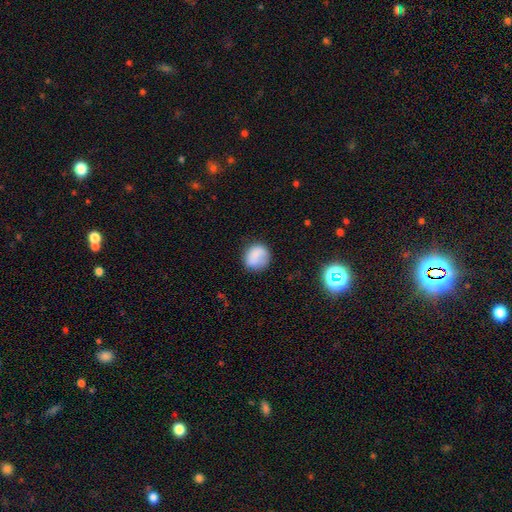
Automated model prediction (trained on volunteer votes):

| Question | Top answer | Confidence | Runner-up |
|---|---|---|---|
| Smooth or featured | smooth | 80% | featured or disk (11%) |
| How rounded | round | 79% | in between (20%) |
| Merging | none | 72% | minor disturbance (19%) |